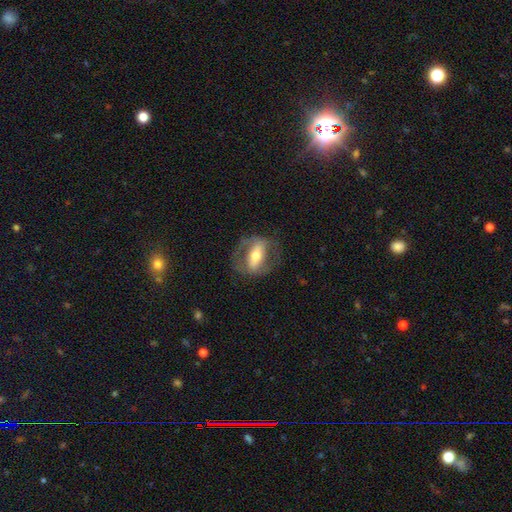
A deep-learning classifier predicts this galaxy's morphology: Overall: featured or disk (66%; smooth 28%). Edge-on disk: no (80%). Bar: strong (61%). Spiral arms: no (58%; yes 42%). Bulge size: moderate (66%). Merging: none (70%).